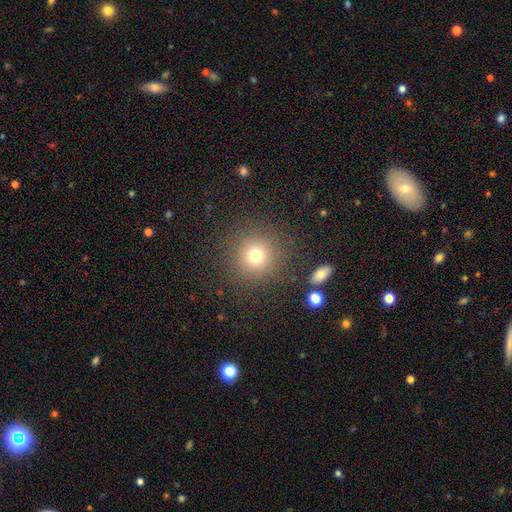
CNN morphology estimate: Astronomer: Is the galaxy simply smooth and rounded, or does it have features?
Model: smooth — 74%.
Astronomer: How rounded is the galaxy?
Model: round — 94%.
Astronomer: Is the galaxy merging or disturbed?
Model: none — 86%.